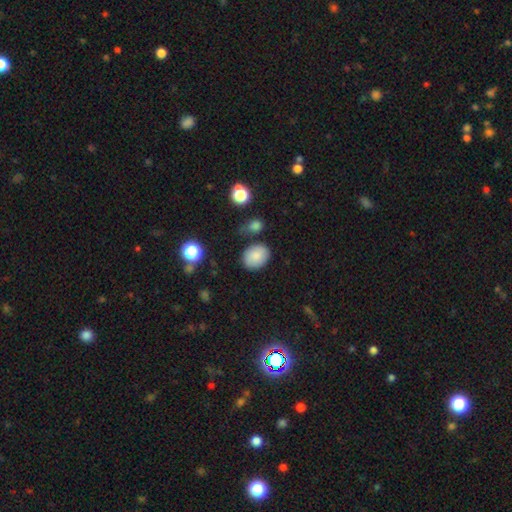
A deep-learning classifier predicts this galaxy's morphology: Smooth or featured: smooth — 85% (star or artifact — 8%)
How rounded: in between — 62% (round — 37%)
Merging: none — 75% (minor disturbance — 15%)